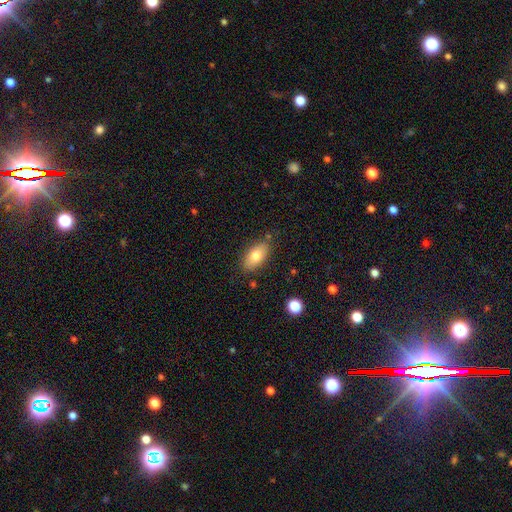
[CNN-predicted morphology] Smooth or featured? Predicted: smooth (p=0.77). How rounded? Predicted: in between (p=0.91). Merging? Predicted: none (p=0.80).